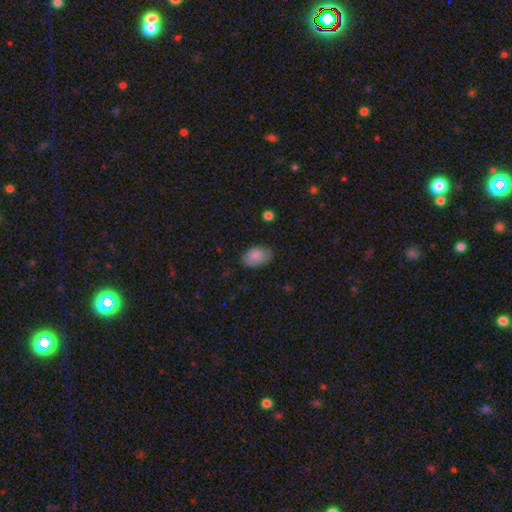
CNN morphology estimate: This appears to be a smooth galaxy with no disk features (79%) that is in between round and cigar-shaped (88%). Merging: none (68%).